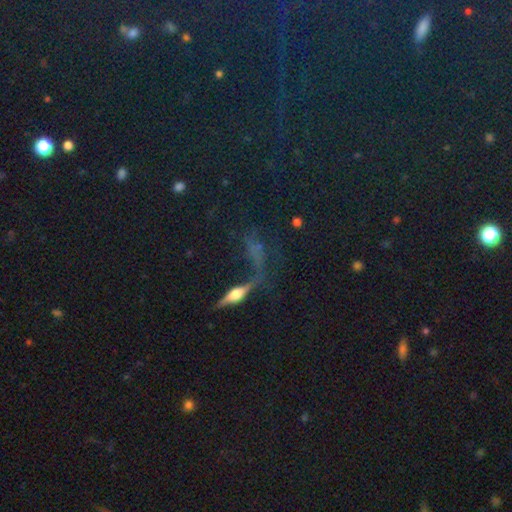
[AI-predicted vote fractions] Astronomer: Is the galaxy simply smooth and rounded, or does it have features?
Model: star or artifact — 36% (runner-up: featured or disk, 33%).